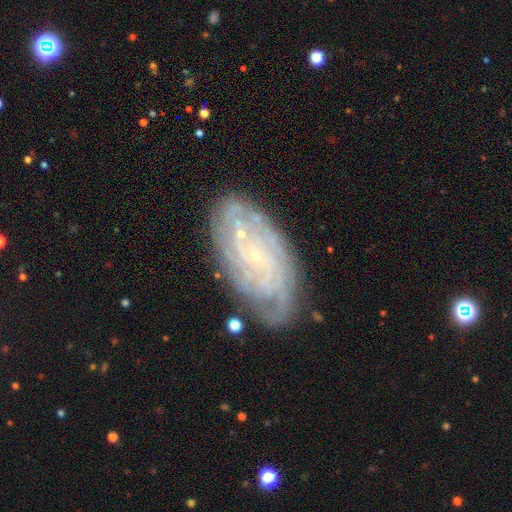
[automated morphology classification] Smooth or featured?
  - featured or disk: 78% *
  - smooth: 14%
  - star or artifact: 8%
Edge-on disk?
  - no: 94% *
  - yes: 6%
Bar?
  - no: 75% *
  - weak: 19%
  - strong: 5%
Spiral arms?
  - yes: 89% *
  - no: 11%
Spiral winding?
  - tight: 73% *
  - medium: 20%
  - loose: 6%
Spiral arm count?
  - can't tell: 46% *
  - 4: 15%
  - more than 4: 12%
  - 2: 10%
  - 3: 10%
  - 1: 6%
Bulge size?
  - small: 87% *
  - moderate: 6%
  - none: 5%
  - large: 1%
  - dominant: 1%
Merging?
  - none: 72% *
  - minor disturbance: 18%
  - major disturbance: 6%
  - merger: 3%